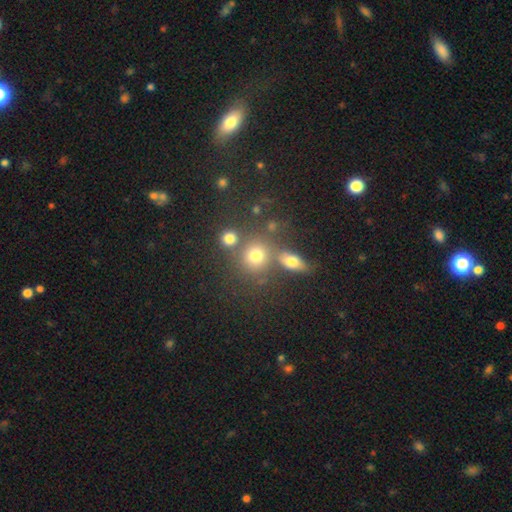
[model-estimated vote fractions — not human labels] The model was most divided on "merging": none: 63%, merger: 22%, minor disturbance: 10%, major disturbance: 5%. More confident: how rounded — round (82%); smooth or featured — smooth (75%).